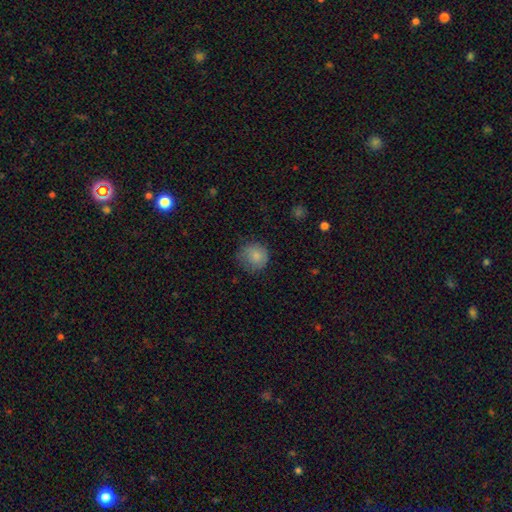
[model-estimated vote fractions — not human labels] This is clearly a smooth galaxy (83%). How rounded: clearly round (90%). Merging: likely none (71%).